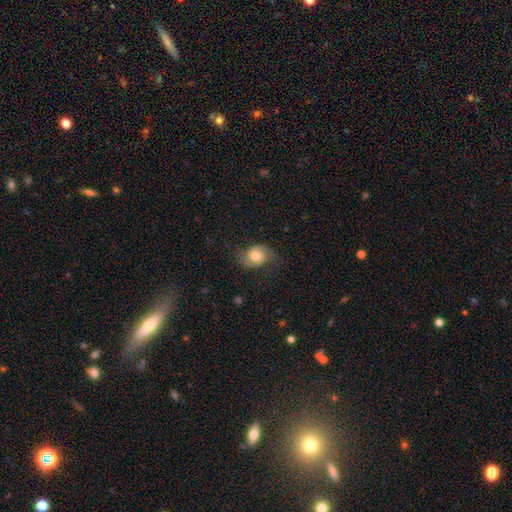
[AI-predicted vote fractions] A featured or disk galaxy (48%). Merging: none (67%).